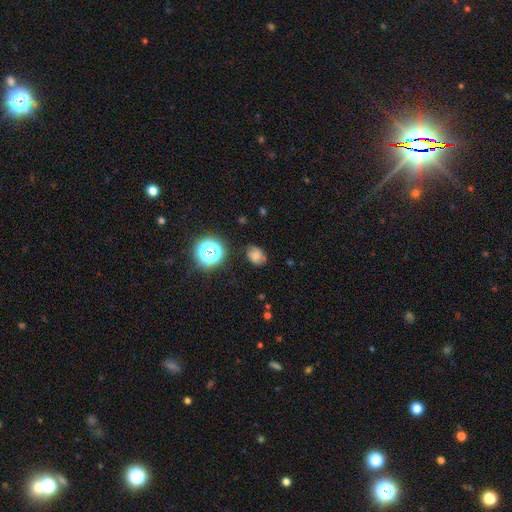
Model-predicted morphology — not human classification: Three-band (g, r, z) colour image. It shows a smooth galaxy with no disk features (69%) that is in between round and cigar-shaped (55%). Merging: none (73%).